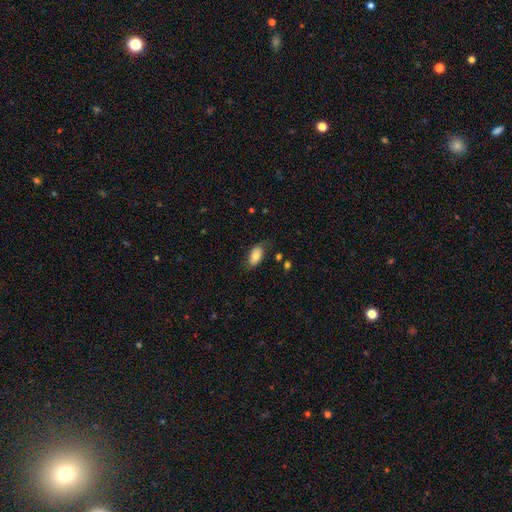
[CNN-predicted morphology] smooth-or-featured: smooth: 74% | featured or disk: 19% | star or artifact: 7%
  how-rounded: in between: 93% | round: 4% | cigar-shaped: 3%
  merging: none: 69% | minor disturbance: 22% | major disturbance: 7% | merger: 2%